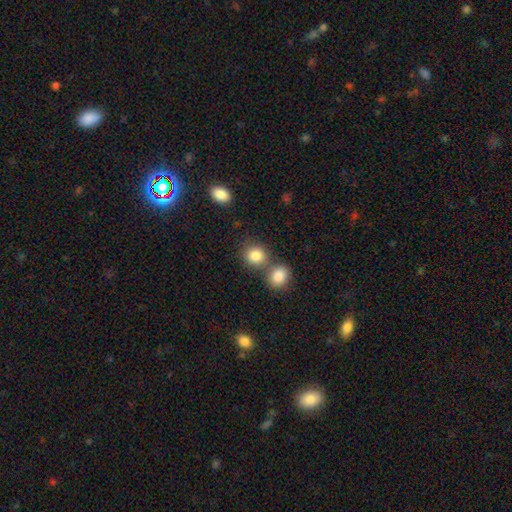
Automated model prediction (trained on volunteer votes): Smooth or featured? smooth (84%)
How rounded? round (78%)
Merging? none (56%)